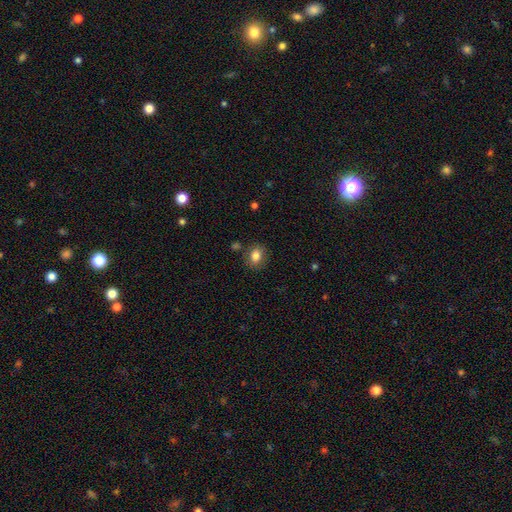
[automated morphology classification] A smooth galaxy with no disk features (81%) that is round (57%). Merging: none (82%).